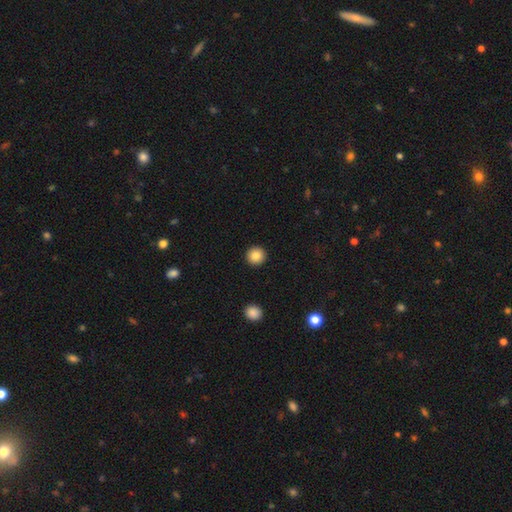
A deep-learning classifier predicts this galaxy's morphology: This is clearly a smooth galaxy (86%). How rounded: clearly round (95%). Merging: clearly none (93%).